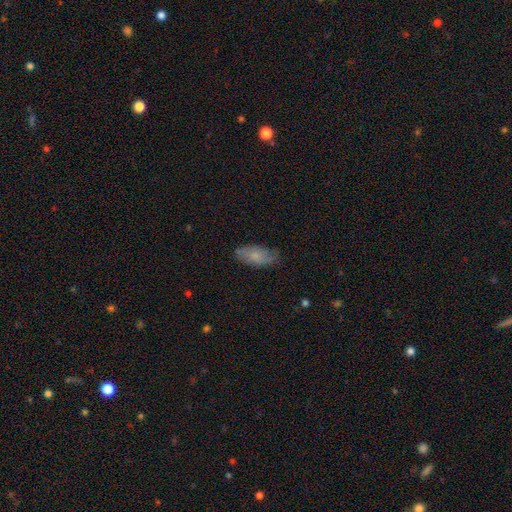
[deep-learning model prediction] Smooth or featured? smooth (74%)
How rounded? in between (87%)
Merging? none (77%)